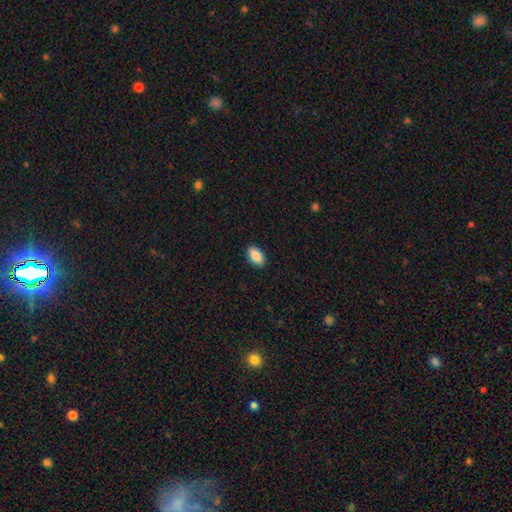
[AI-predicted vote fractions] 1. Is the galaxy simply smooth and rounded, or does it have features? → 88% smooth, 7% star or artifact, 5% featured or disk.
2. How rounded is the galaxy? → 93% in between, 4% round, 3% cigar-shaped.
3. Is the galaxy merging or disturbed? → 90% none, 7% minor disturbance, 2% major disturbance, 1% merger.